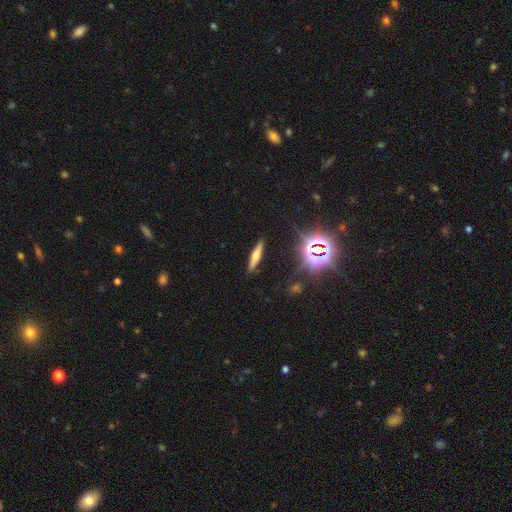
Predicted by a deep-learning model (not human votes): A smooth galaxy with no disk features (48%). Merging: none (89%).